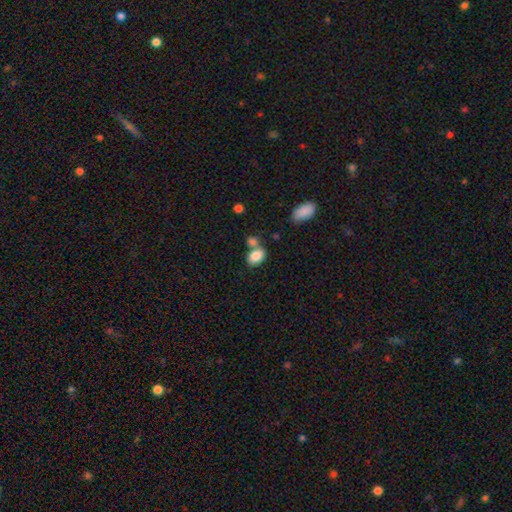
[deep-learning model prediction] Smooth or featured?
  - smooth: 84% *
  - star or artifact: 8%
  - featured or disk: 8%
How rounded?
  - in between: 78% *
  - round: 21%
  - cigar-shaped: 1%
Merging?
  - none: 48% *
  - merger: 35%
  - minor disturbance: 12%
  - major disturbance: 4%